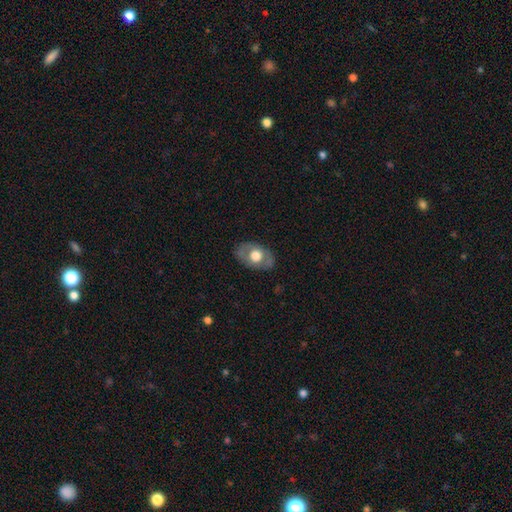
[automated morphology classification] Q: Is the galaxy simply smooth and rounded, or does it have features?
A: smooth — 51%.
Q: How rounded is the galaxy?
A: in between — 80%.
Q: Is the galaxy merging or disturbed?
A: none — 80%.